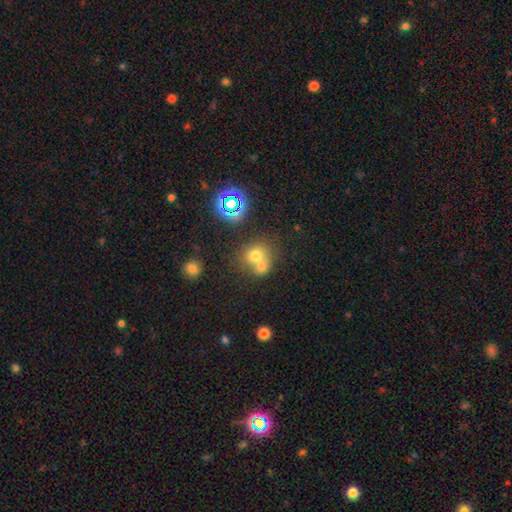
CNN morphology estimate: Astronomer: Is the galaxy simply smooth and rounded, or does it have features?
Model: smooth — 65%.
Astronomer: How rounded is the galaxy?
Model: round — 69%.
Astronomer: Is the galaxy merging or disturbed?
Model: merger — 57%.